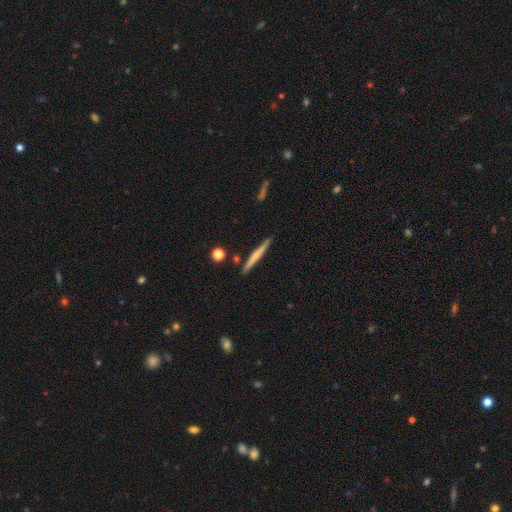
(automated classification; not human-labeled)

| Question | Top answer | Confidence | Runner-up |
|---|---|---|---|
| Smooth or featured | smooth | 54% | featured or disk (40%) |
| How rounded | cigar-shaped | 96% | in between (2%) |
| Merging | none | 88% | minor disturbance (7%) |